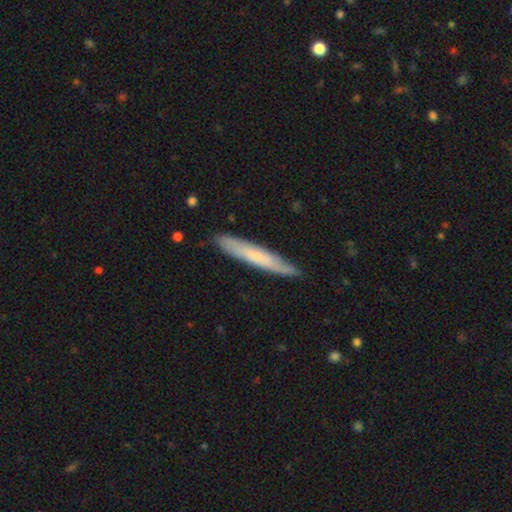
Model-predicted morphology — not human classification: Smooth or featured? Predicted: smooth (p=0.60). How rounded? Predicted: cigar-shaped (p=0.94). Merging? Predicted: none (p=0.86).